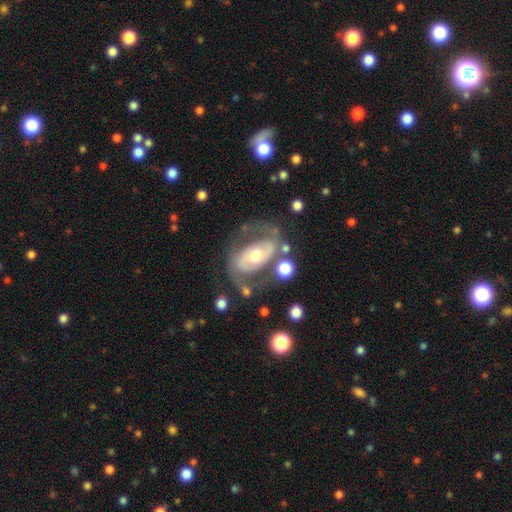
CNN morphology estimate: Overall: featured or disk (76%). Edge-on disk: no (95%). Bar: no (47%; weak 29%). Spiral arms: yes (72%). Spiral arm count: 2 (79%). Spiral winding: medium (46%; tight 31%). Bulge size: moderate (68%). Merging: none (60%).